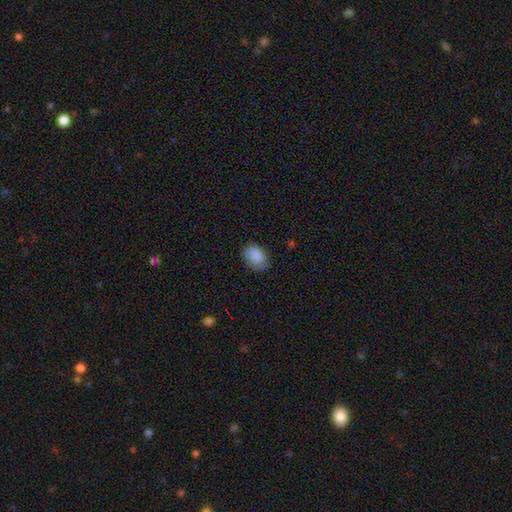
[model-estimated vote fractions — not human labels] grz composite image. It shows a smooth galaxy with no disk features (87%) that is in between round and cigar-shaped (73%). Merging: none (73%).